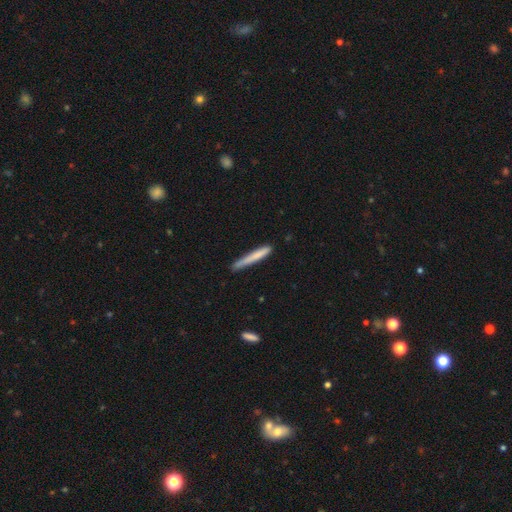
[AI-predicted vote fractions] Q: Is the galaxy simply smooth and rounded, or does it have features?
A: smooth — 74%.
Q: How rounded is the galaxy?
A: cigar-shaped — 96%.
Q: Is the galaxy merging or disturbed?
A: none — 78%.